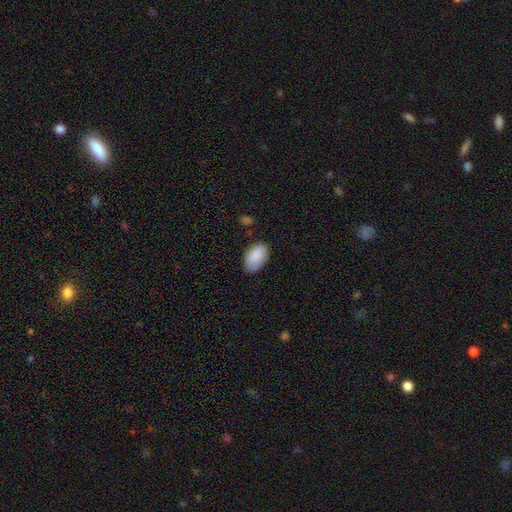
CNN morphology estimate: This is clearly a smooth galaxy (87%). How rounded: clearly in between (94%). Merging: likely none (77%).